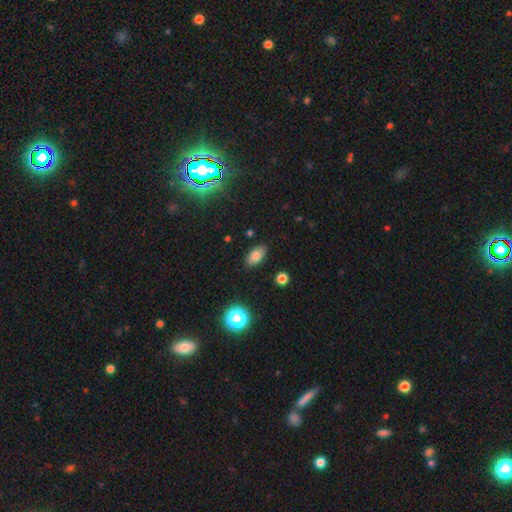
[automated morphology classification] smooth 77%, star or artifact 12%, featured or disk 11%. Down the decision tree: how rounded — in between (90%); merging — none (87%).